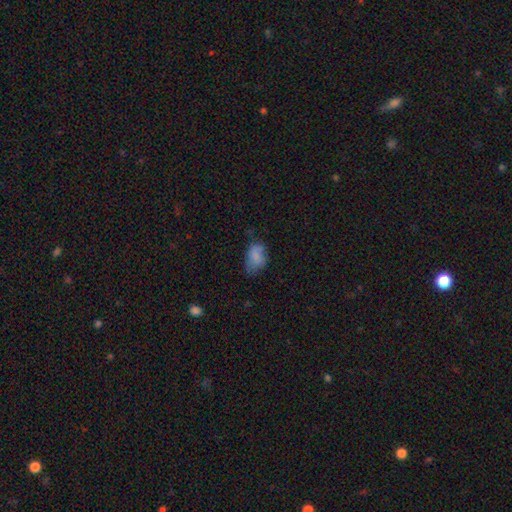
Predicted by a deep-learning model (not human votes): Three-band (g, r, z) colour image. It shows a smooth galaxy with no disk features (78%) that is in between round and cigar-shaped (85%). Merging: none (46%).